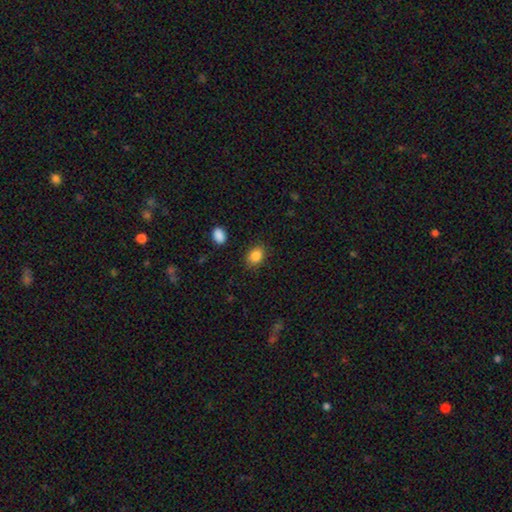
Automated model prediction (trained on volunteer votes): Morphology: type=smooth (85%); roundness=in between (63%); merging=none (85%).